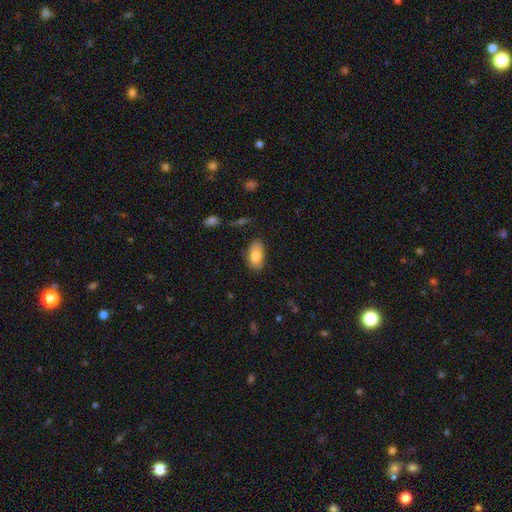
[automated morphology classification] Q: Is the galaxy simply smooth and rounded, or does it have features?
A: smooth — 81%.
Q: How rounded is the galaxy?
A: in between — 93%.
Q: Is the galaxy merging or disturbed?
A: none — 81%.